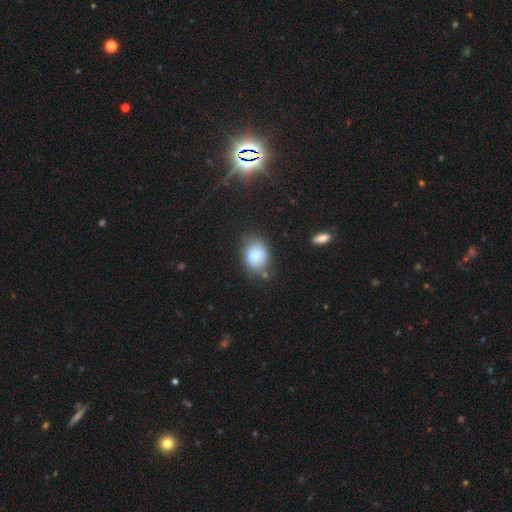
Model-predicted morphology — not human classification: smooth 86%, star or artifact 8%, featured or disk 6%. Down the decision tree: how rounded — in between (57%); merging — none (67%).